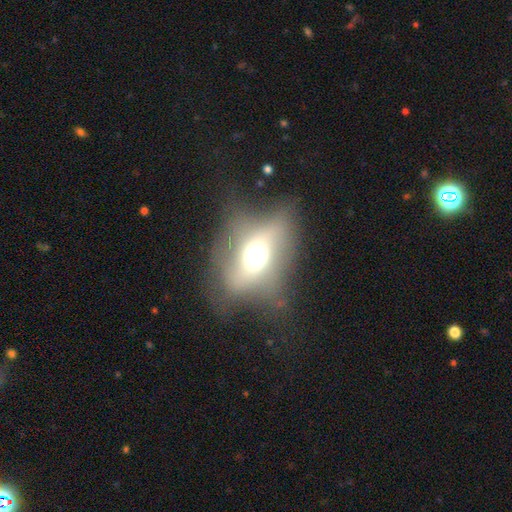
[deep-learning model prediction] Q: Smooth or featured?
A: featured or disk (45%); runner-up: smooth (37%)
Q: Merging?
A: none (55%); runner-up: major disturbance (22%)